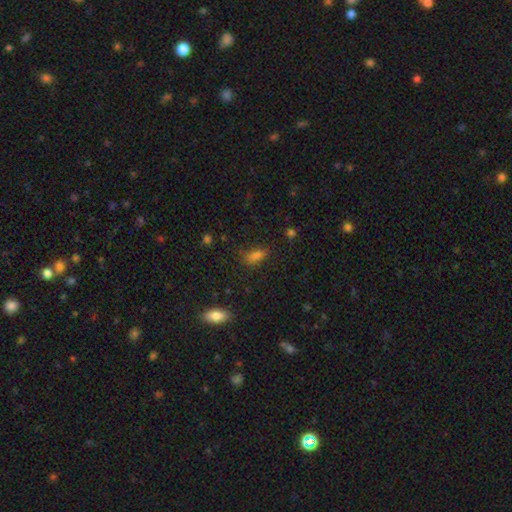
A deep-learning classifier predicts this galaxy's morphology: Smooth or featured?
  - smooth: 76% *
  - star or artifact: 17%
  - featured or disk: 7%
How rounded?
  - in between: 81% *
  - cigar-shaped: 12%
  - round: 7%
Merging?
  - none: 71% *
  - minor disturbance: 19%
  - major disturbance: 6%
  - merger: 4%